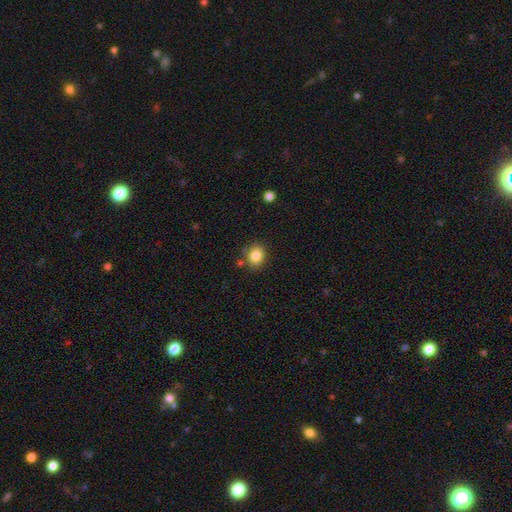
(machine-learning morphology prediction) Smooth or featured: smooth — 85% (star or artifact — 10%)
How rounded: round — 66% (in between — 33%)
Merging: none — 79% (minor disturbance — 12%)